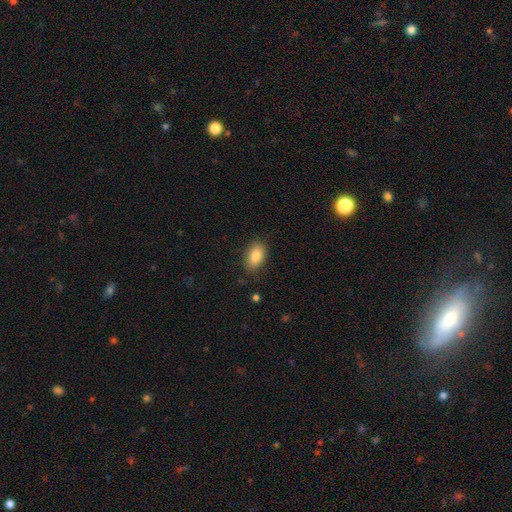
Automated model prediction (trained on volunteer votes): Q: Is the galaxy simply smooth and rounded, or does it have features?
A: smooth — 87%.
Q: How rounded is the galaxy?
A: in between — 90%.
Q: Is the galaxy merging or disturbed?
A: none — 84%.